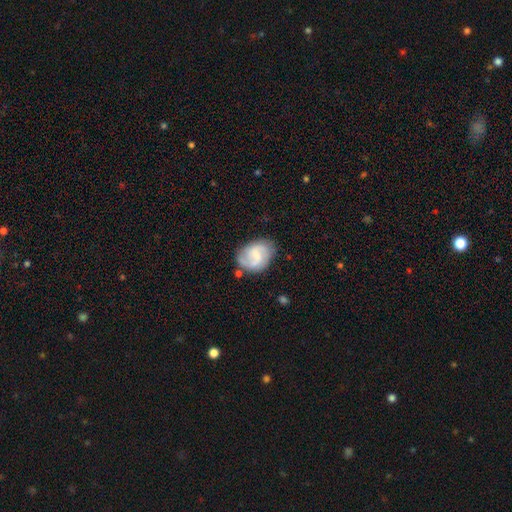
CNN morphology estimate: Smooth or featured? featured or disk (63%)
Edge-on disk? no (98%)
Bar? weak (56%)
Spiral arms? yes (88%)
Spiral winding? medium (46%)
Spiral arm count? 2 (77%)
Bulge size? small (38%)
Merging? none (63%)